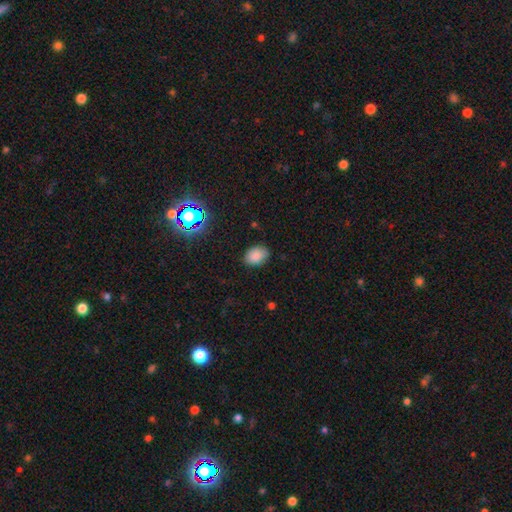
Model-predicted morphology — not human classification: A smooth galaxy with no disk features (83%) that is in between round and cigar-shaped (74%). Merging: none (83%).